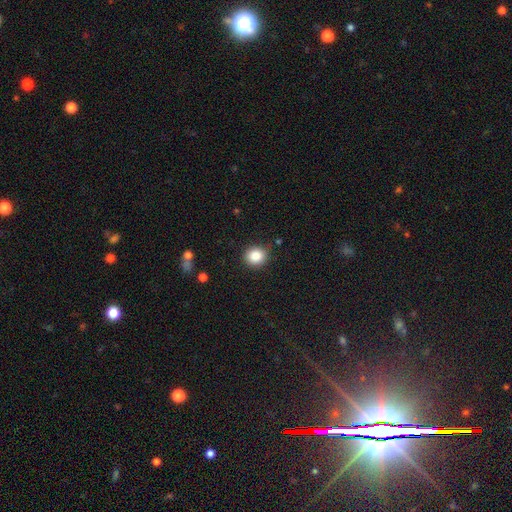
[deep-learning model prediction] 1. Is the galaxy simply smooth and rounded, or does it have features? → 85% smooth, 10% star or artifact, 5% featured or disk.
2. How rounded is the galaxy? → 83% round, 17% in between, 1% cigar-shaped.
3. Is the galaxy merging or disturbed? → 88% none, 8% minor disturbance, 2% major disturbance, 2% merger.